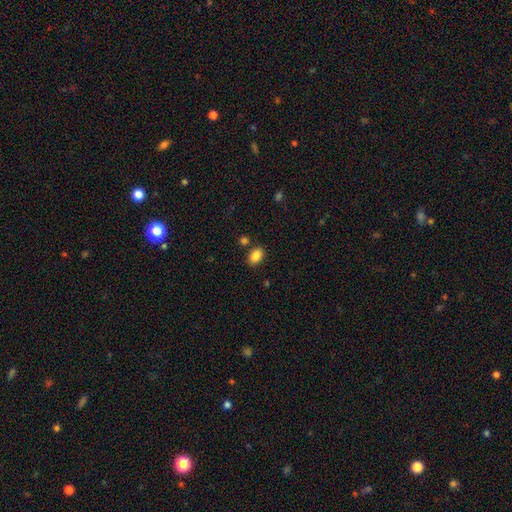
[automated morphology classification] Smooth or featured?
  - smooth: 87% *
  - star or artifact: 9%
  - featured or disk: 4%
How rounded?
  - in between: 84% *
  - round: 15%
  - cigar-shaped: 1%
Merging?
  - none: 82% *
  - minor disturbance: 10%
  - merger: 5%
  - major disturbance: 3%